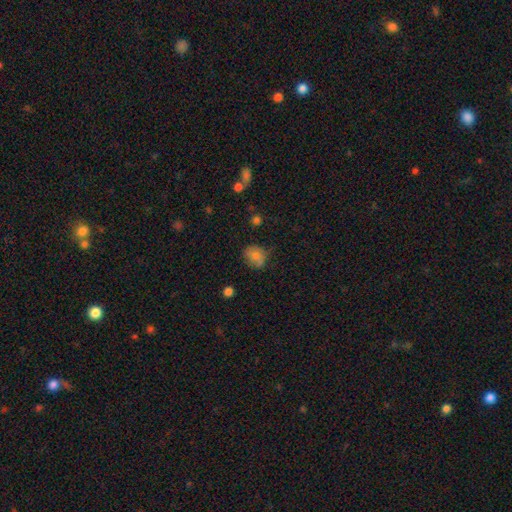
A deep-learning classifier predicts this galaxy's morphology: Smooth or featured?
  - smooth: 71% *
  - featured or disk: 19%
  - star or artifact: 10%
How rounded?
  - round: 62% *
  - in between: 37%
  - cigar-shaped: 1%
Merging?
  - none: 66% *
  - minor disturbance: 25%
  - major disturbance: 7%
  - merger: 2%